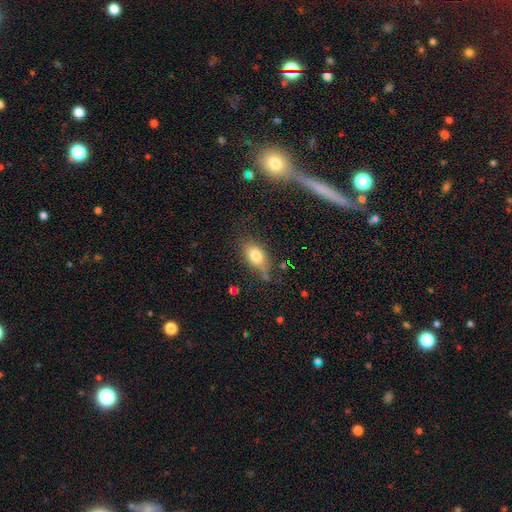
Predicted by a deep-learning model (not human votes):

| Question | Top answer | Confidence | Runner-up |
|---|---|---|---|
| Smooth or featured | smooth | 78% | featured or disk (13%) |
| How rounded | in between | 85% | round (11%) |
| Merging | none | 63% | minor disturbance (24%) |